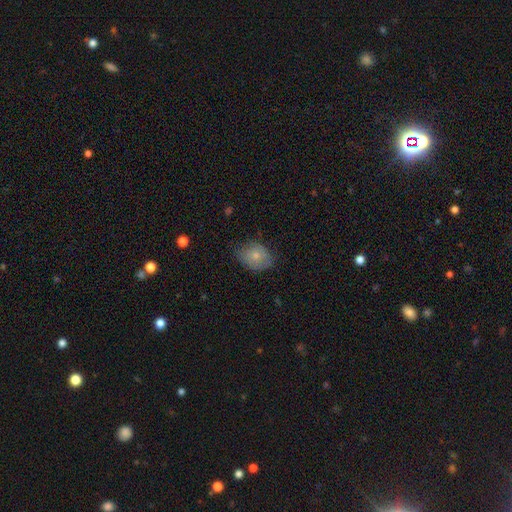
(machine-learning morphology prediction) This is likely a smooth galaxy (69%). How rounded: possibly round (51%). Merging: likely none (65%).